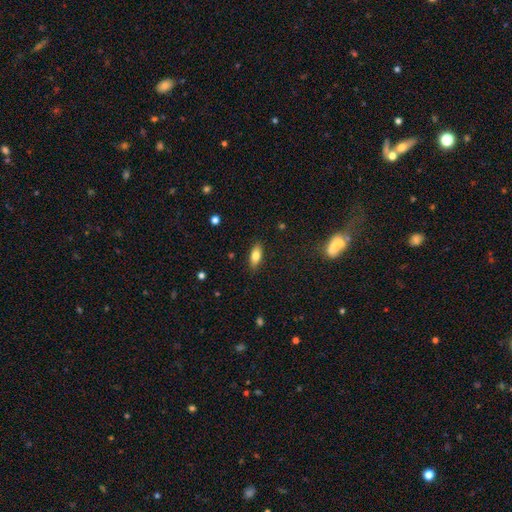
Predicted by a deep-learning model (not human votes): Smooth or featured? smooth (74%)
How rounded? in between (78%)
Merging? none (87%)